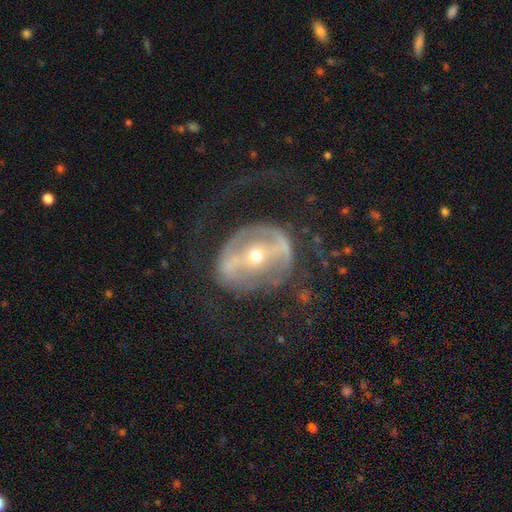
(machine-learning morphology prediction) featured or disk 82%, smooth 11%, star or artifact 7%. Down the decision tree: edge-on disk — no (93%); bar — strong (66%); spiral arms — yes (58%); bulge size — small (54%); merging — none (53%).